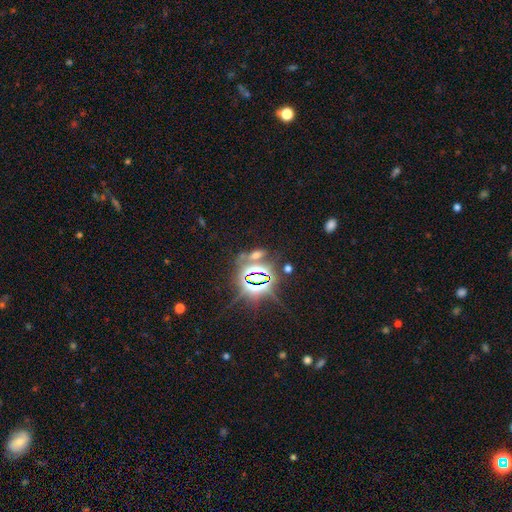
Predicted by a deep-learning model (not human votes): The model was most divided on "smooth or featured": star or artifact: 59%, smooth: 30%, featured or disk: 11%.